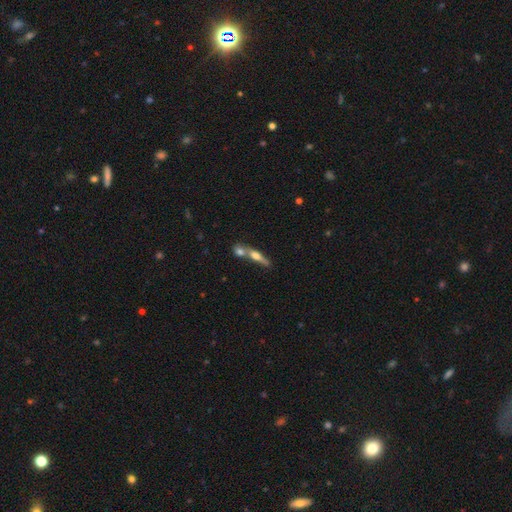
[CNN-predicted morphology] This appears to be a featured or disk galaxy (48%). Merging: merger (44%).